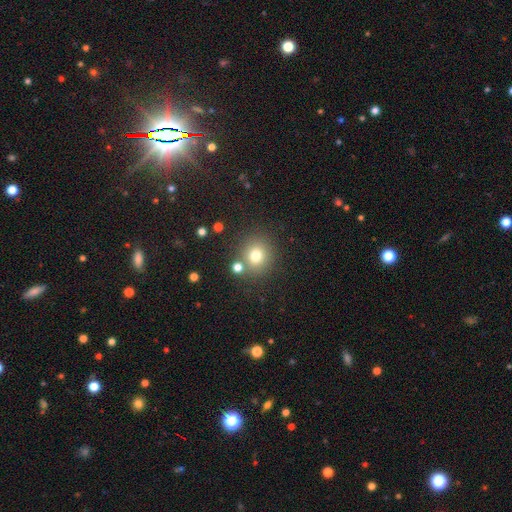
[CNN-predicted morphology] Smooth or featured? Predicted: smooth (p=0.76). How rounded? Predicted: round (p=0.85). Merging? Predicted: none (p=0.76).